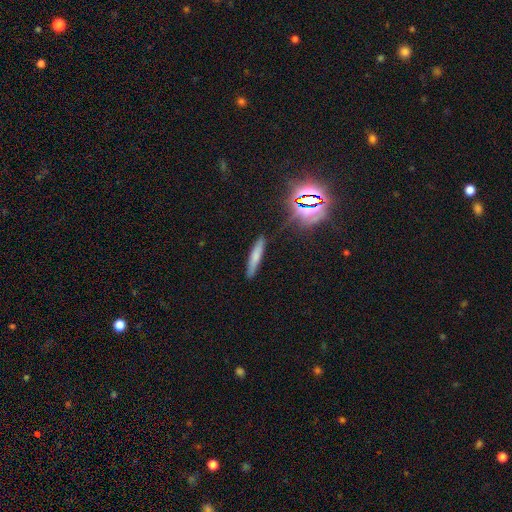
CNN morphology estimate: smooth_or_featured: smooth (p=0.69) [alt: featured or disk p=0.19]
how_rounded: cigar-shaped (p=0.88) [alt: in between p=0.10]
merging: none (p=0.86) [alt: minor disturbance p=0.10]